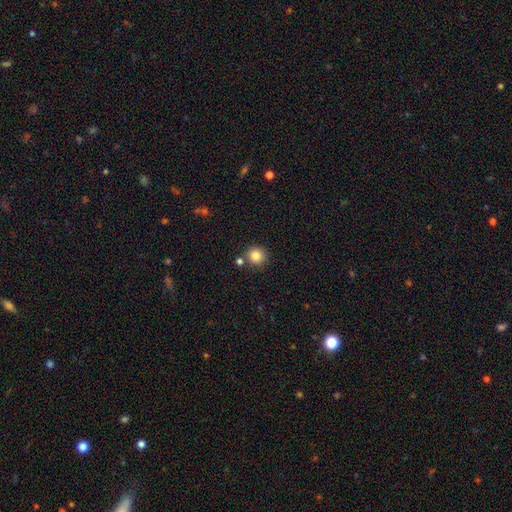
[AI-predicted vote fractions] Smooth or featured? Predicted: smooth (p=0.85). How rounded? Predicted: round (p=0.91). Merging? Predicted: none (p=0.79).